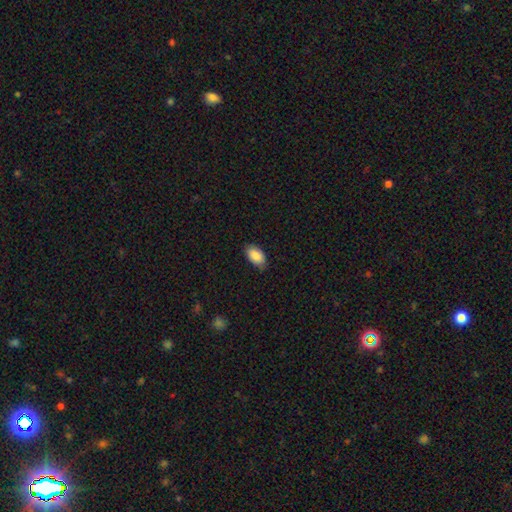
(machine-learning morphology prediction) smooth_or_featured: smooth (p=0.88) [alt: star or artifact p=0.06]
how_rounded: in between (p=0.94) [alt: round p=0.04]
merging: none (p=0.81) [alt: minor disturbance p=0.15]